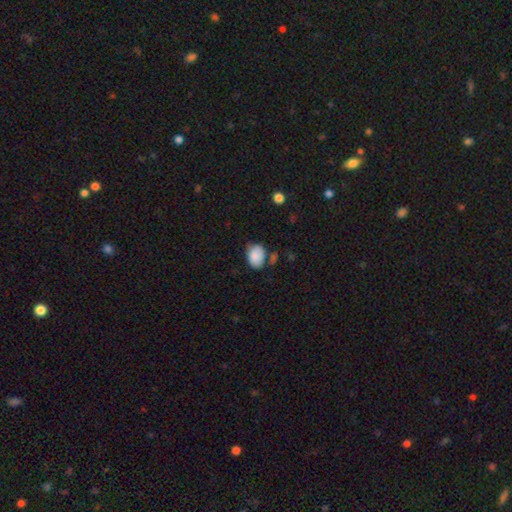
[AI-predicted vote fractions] smooth 85%, featured or disk 7%, star or artifact 7%. Down the decision tree: how rounded — in between (77%); merging — none (59%).